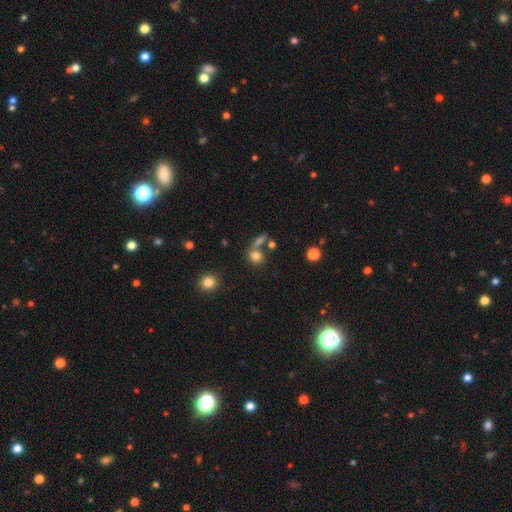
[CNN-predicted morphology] The model was most divided on "merging": none: 57%, merger: 28%, minor disturbance: 10%, major disturbance: 6%. More confident: how rounded — round (80%); smooth or featured — smooth (77%).